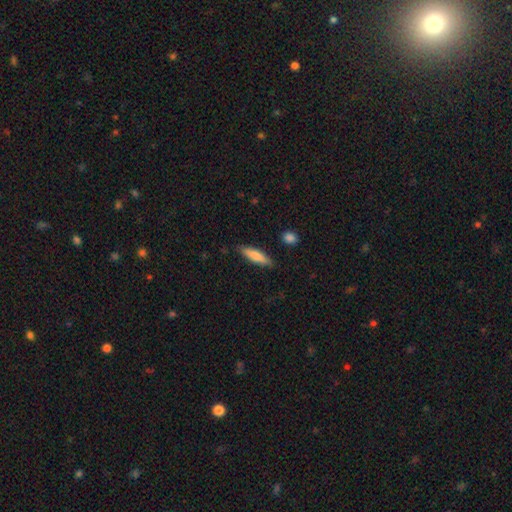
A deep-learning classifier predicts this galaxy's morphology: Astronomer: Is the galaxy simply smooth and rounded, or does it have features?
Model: smooth — 75%.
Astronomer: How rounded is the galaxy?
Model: cigar-shaped — 75%.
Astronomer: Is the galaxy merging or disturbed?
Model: none — 85%.